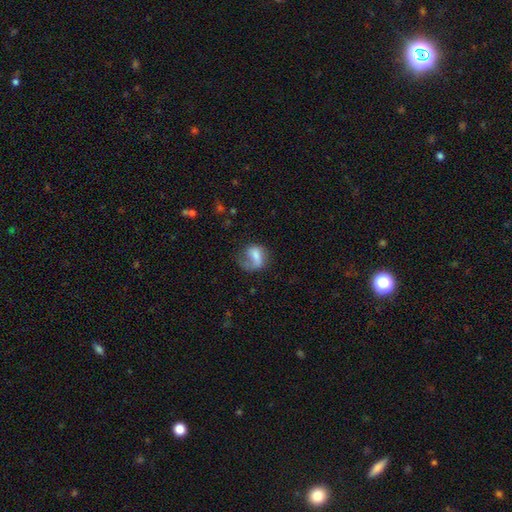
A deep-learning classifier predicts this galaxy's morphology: This is possibly a smooth galaxy (53%). How rounded: likely in between (60%). Merging: marginally major disturbance (37%).